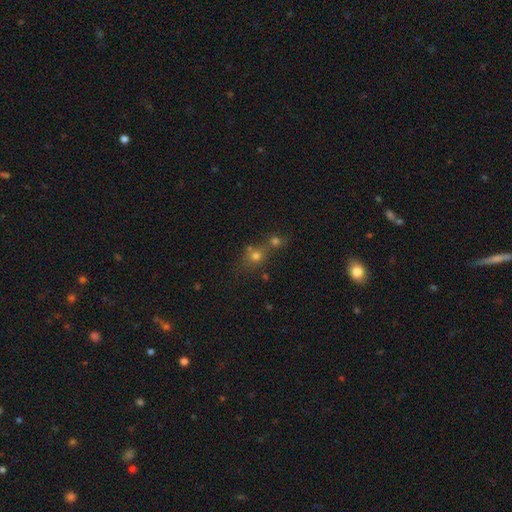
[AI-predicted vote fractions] Smooth or featured? smooth (61%)
How rounded? round (79%)
Merging? merger (47%)